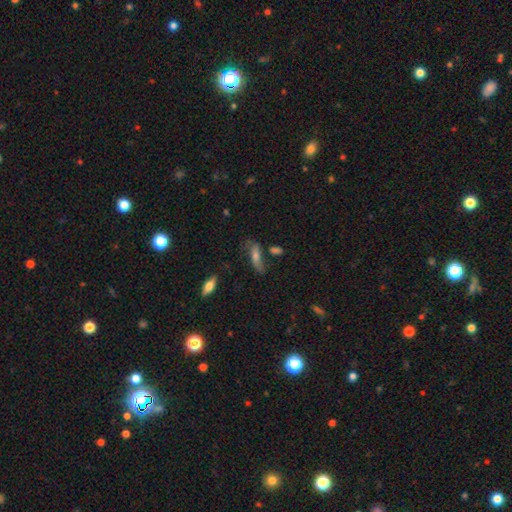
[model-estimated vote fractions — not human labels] Q: Smooth or featured?
A: smooth (51%); runner-up: featured or disk (38%)
Q: How rounded?
A: cigar-shaped (52%); runner-up: in between (45%)
Q: Merging?
A: none (56%); runner-up: minor disturbance (24%)